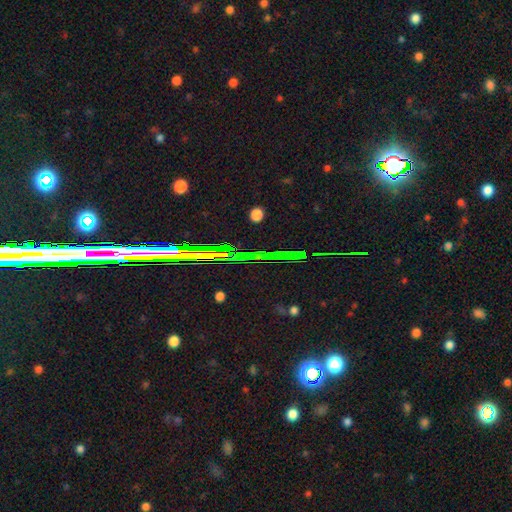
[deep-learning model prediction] The model was most divided on "smooth or featured": star or artifact: 70%, featured or disk: 18%, smooth: 12%.